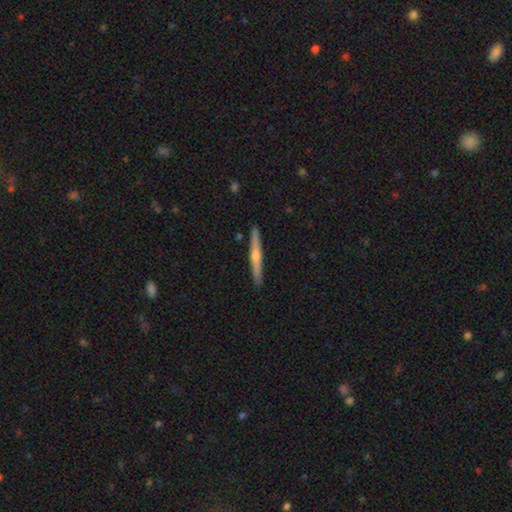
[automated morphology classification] Smooth or featured? featured or disk (69%)
Edge-on disk? yes (98%)
Edge-on bulge? rounded (85%)
Merging? none (92%)